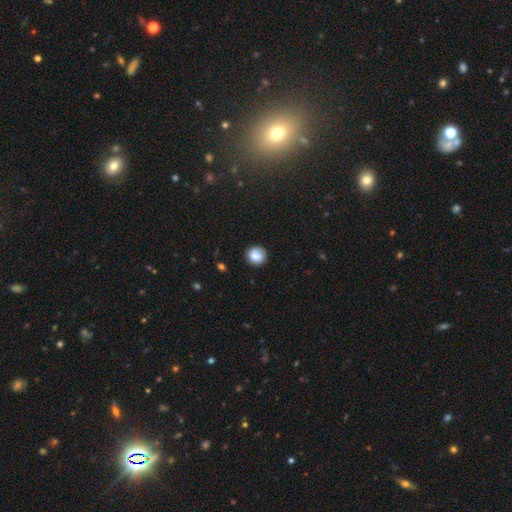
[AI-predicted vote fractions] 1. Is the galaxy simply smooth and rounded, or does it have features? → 84% smooth, 9% star or artifact, 8% featured or disk.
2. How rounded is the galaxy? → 90% round, 9% in between, 1% cigar-shaped.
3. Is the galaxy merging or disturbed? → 85% none, 11% minor disturbance, 3% major disturbance, 2% merger.